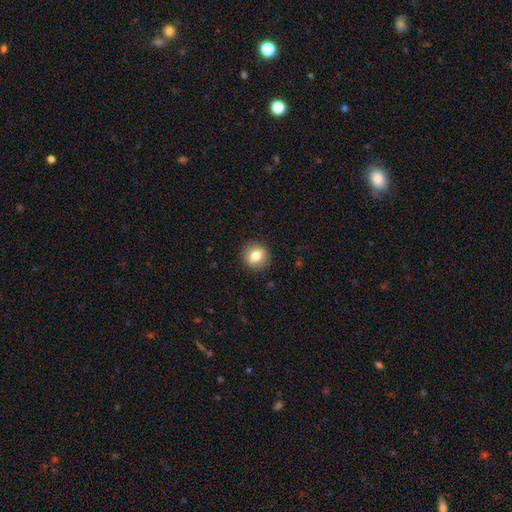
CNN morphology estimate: Smooth or featured? Predicted: smooth (p=0.75). How rounded? Predicted: round (p=0.79). Merging? Predicted: none (p=0.89).